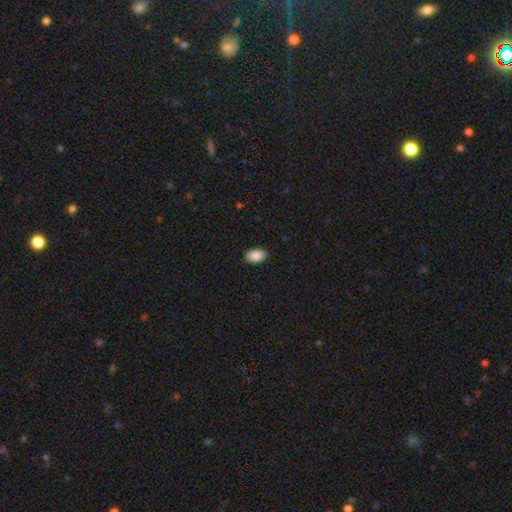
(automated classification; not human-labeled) smooth_or_featured: smooth (p=0.89) [alt: star or artifact p=0.07]
how_rounded: in between (p=0.93) [alt: round p=0.06]
merging: none (p=0.89) [alt: minor disturbance p=0.08]